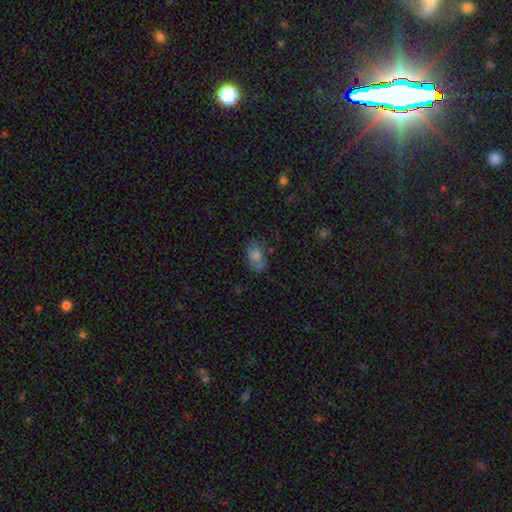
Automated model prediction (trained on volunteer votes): This appears to be a smooth galaxy with no disk features (73%) that is in between round and cigar-shaped (81%). Merging: none (62%).